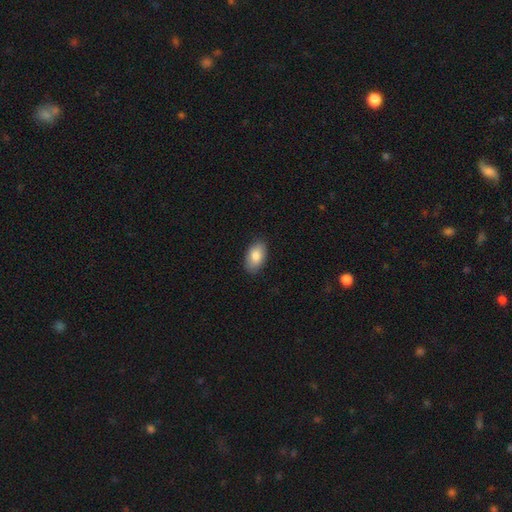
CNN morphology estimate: This appears to be a smooth galaxy with no disk features (83%) that is in between round and cigar-shaped (93%). Merging: none (85%).